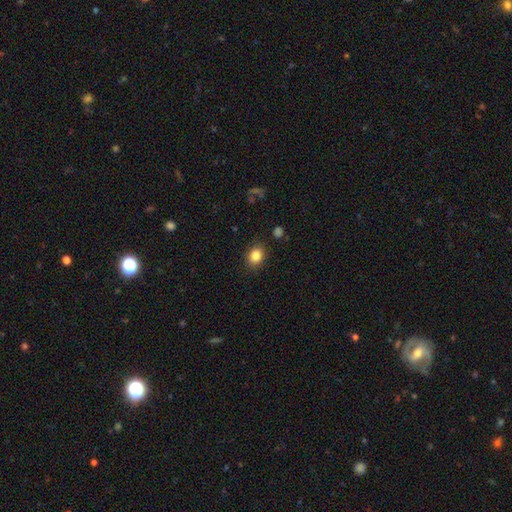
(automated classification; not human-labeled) A smooth galaxy with no disk features (84%) that is round (55%).

Vote fractions:
- Smooth or featured? smooth: 84% / star or artifact: 10% / featured or disk: 6%
- How rounded? round: 55% / in between: 44% / cigar-shaped: 1%
- Merging? none: 87% / minor disturbance: 9% / major disturbance: 3% / merger: 1%